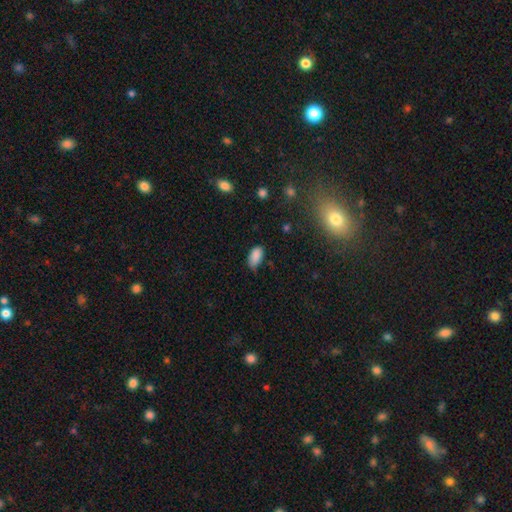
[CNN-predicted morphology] Smooth or featured? Predicted: smooth (p=0.87). How rounded? Predicted: in between (p=0.94). Merging? Predicted: none (p=0.61).